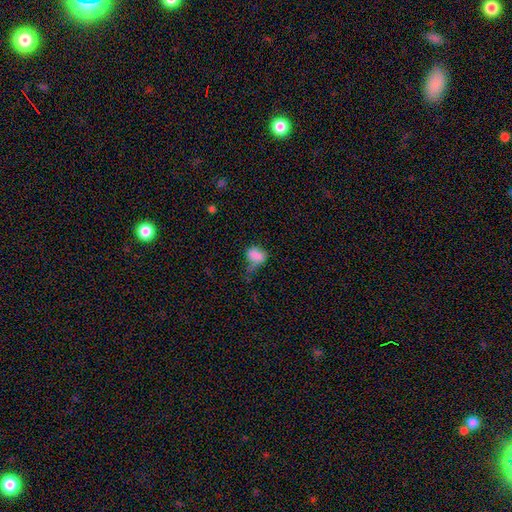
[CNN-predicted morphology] Smooth or featured? Predicted: smooth (p=0.76). How rounded? Predicted: in between (p=0.76). Merging? Predicted: major disturbance (p=0.34).